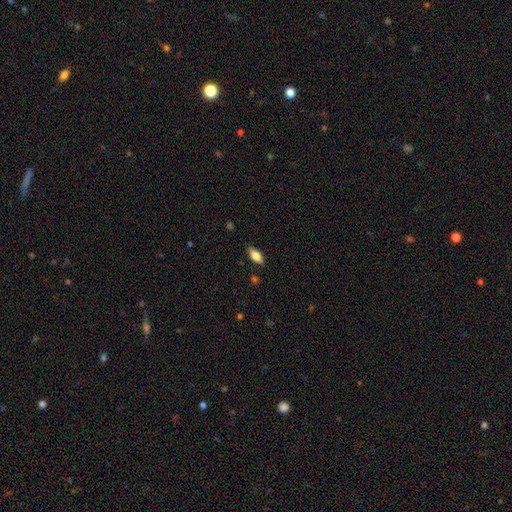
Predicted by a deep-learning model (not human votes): smooth 75%, featured or disk 18%, star or artifact 7%. Down the decision tree: how rounded — in between (85%); merging — none (84%).